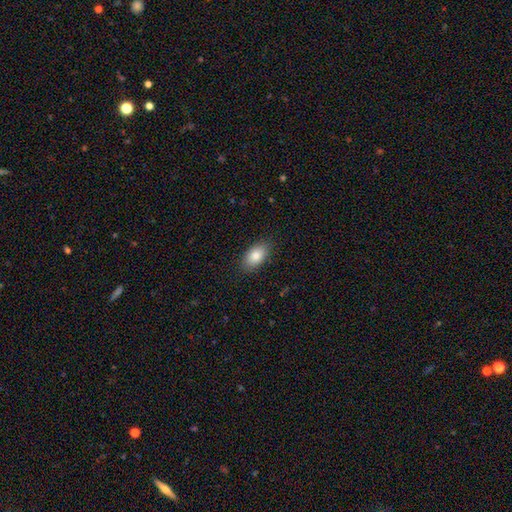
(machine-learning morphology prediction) smooth_or_featured: smooth (p=0.84) [alt: featured or disk p=0.08]
how_rounded: in between (p=0.92) [alt: round p=0.05]
merging: none (p=0.86) [alt: minor disturbance p=0.10]